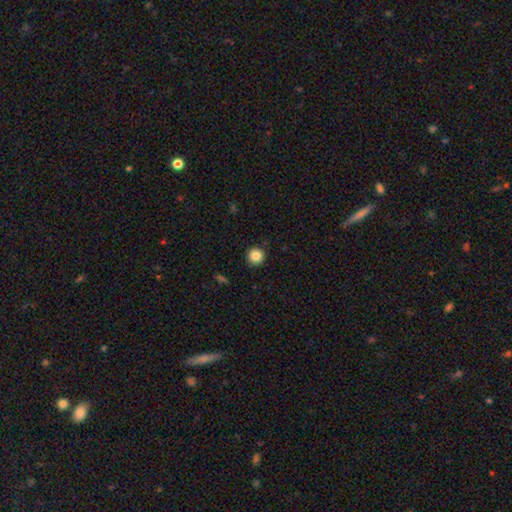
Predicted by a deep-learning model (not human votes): Overall: smooth (85%). How rounded: round (95%). Merging: none (92%).